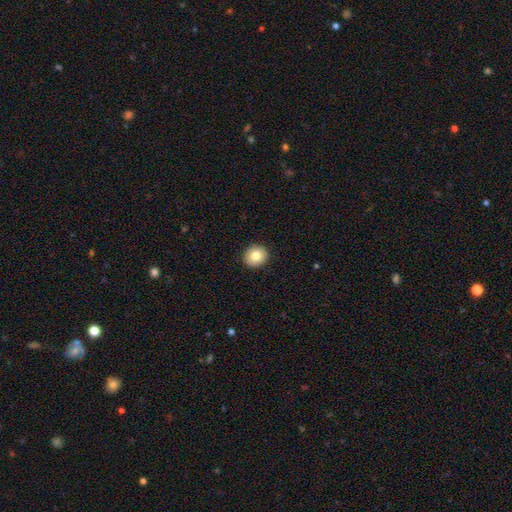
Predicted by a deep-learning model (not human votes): Q: Smooth or featured?
A: smooth (79%); runner-up: featured or disk (12%)
Q: How rounded?
A: round (85%); runner-up: in between (14%)
Q: Merging?
A: none (92%); runner-up: minor disturbance (5%)